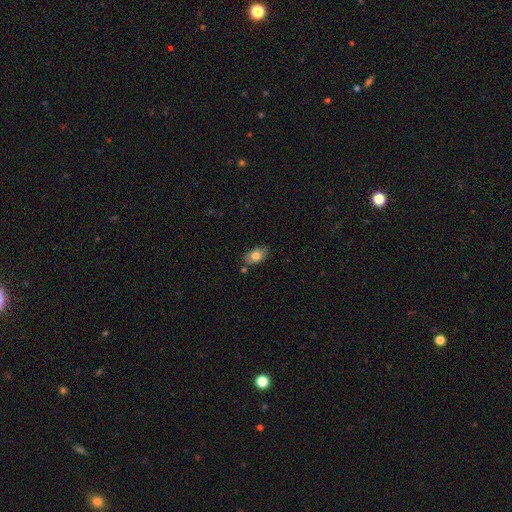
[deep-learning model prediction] smooth 76%, featured or disk 17%, star or artifact 7%. Down the decision tree: how rounded — in between (92%); merging — none (74%).